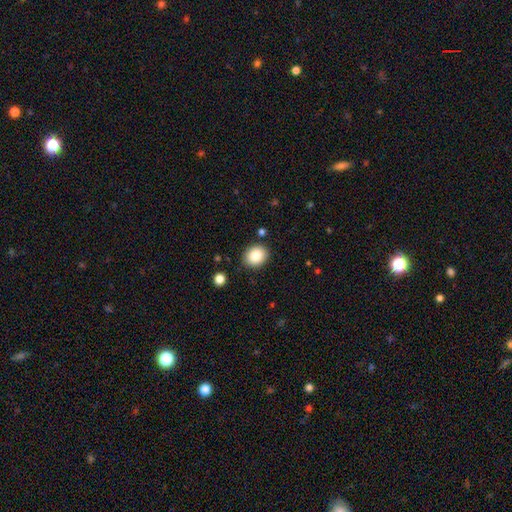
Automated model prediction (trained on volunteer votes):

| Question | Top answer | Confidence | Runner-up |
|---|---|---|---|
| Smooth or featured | smooth | 86% | star or artifact (9%) |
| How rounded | round | 60% | in between (40%) |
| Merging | none | 87% | minor disturbance (9%) |